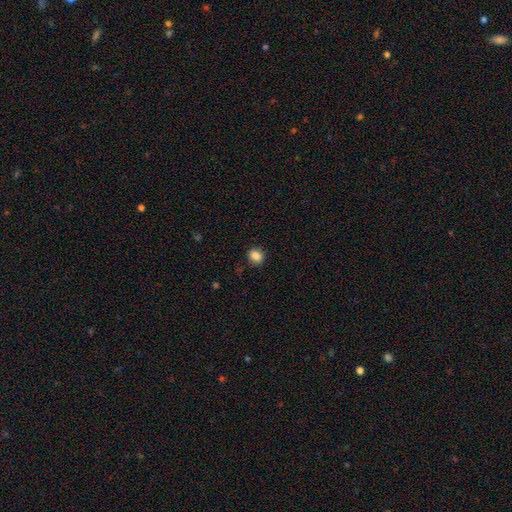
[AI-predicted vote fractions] Smooth or featured? Predicted: smooth (p=0.86). How rounded? Predicted: round (p=0.62). Merging? Predicted: none (p=0.85).